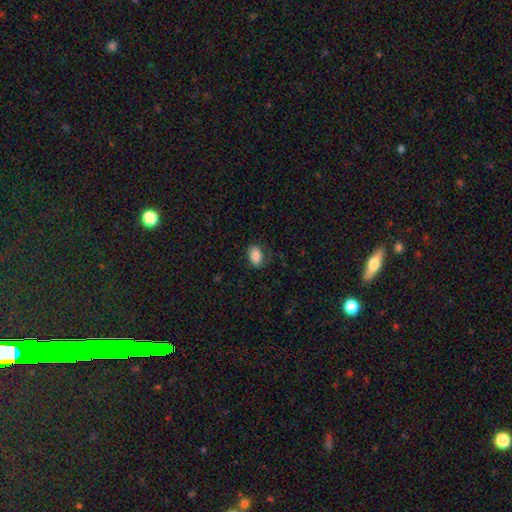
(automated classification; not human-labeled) This appears to be a smooth galaxy with no disk features (83%) that is in between round and cigar-shaped (89%). Merging: none (76%).